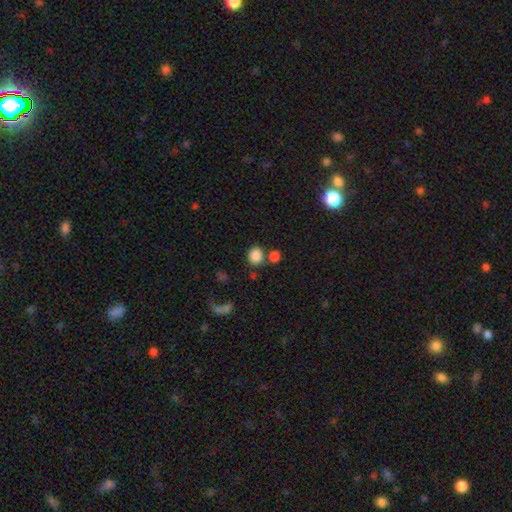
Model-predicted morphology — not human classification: Smooth or featured?
  - smooth: 85% *
  - star or artifact: 10%
  - featured or disk: 5%
How rounded?
  - round: 74% *
  - in between: 25%
  - cigar-shaped: 1%
Merging?
  - none: 68% *
  - merger: 18%
  - minor disturbance: 10%
  - major disturbance: 4%